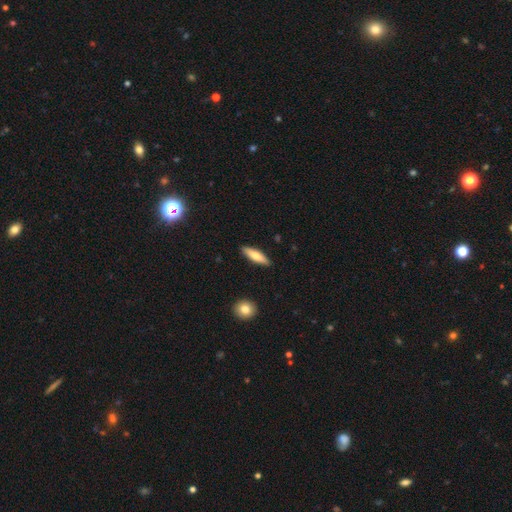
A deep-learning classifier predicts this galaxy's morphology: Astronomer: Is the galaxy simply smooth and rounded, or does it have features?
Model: smooth — 70%.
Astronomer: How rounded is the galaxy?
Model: cigar-shaped — 65%.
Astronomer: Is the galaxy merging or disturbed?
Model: none — 89%.